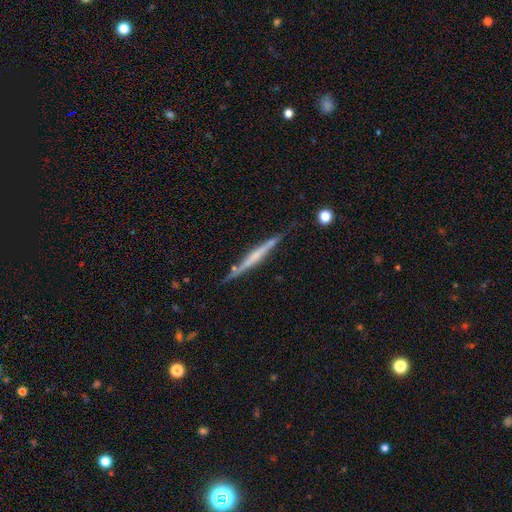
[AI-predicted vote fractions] Smooth or featured? featured or disk (65%)
Edge-on disk? yes (97%)
Edge-on bulge? none (53%)
Merging? none (80%)